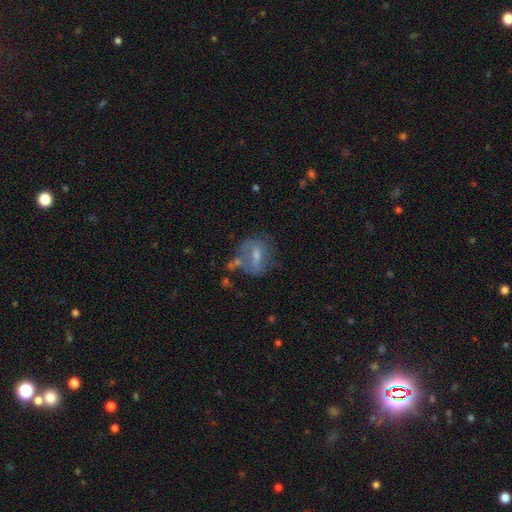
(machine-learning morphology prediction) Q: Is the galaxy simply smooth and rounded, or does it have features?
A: featured or disk — 48%.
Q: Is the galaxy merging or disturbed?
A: none — 44%.